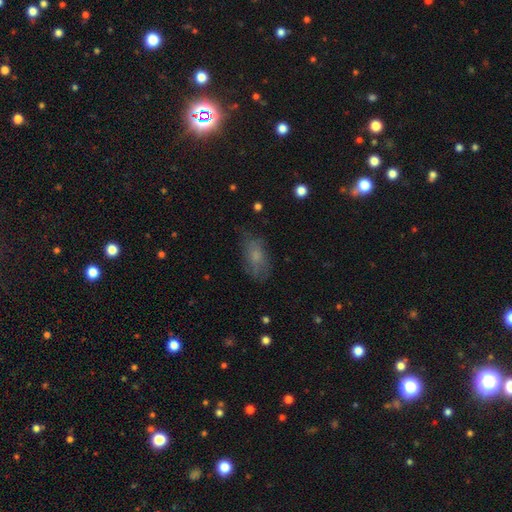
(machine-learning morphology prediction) This is likely a smooth galaxy (64%). How rounded: clearly in between (87%). Merging: likely none (64%).